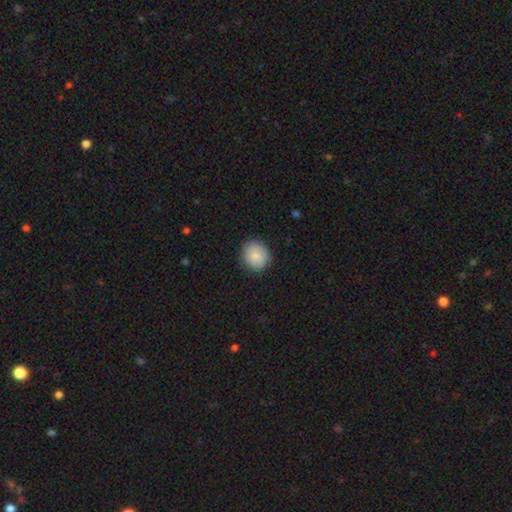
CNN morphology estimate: Overall: smooth (86%). How rounded: round (83%). Merging: none (87%).